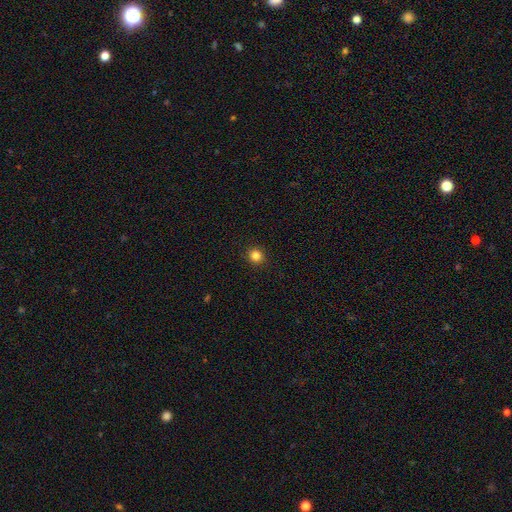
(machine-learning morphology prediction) type=smooth (84%); roundness=round (91%); merging=none (92%).